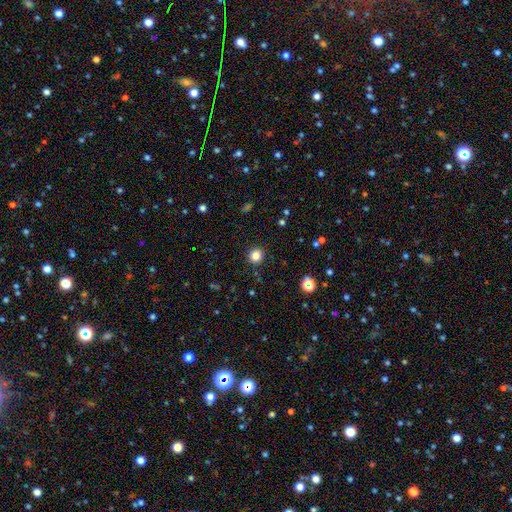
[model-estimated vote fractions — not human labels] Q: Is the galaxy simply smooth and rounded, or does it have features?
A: smooth — 83%.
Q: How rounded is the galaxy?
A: round — 88%.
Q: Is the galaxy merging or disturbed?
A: none — 91%.